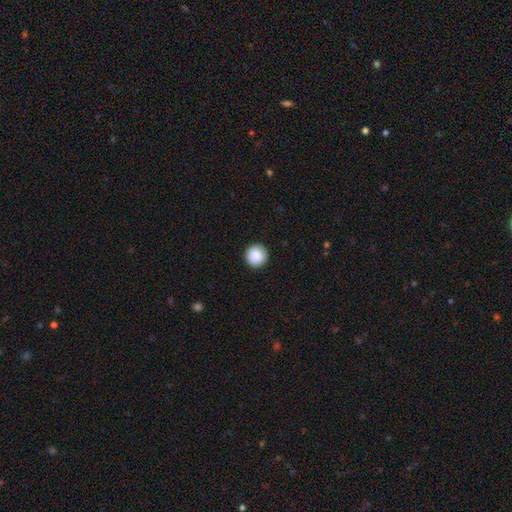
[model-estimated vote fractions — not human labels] Smooth or featured? smooth (90%)
How rounded? round (96%)
Merging? none (93%)